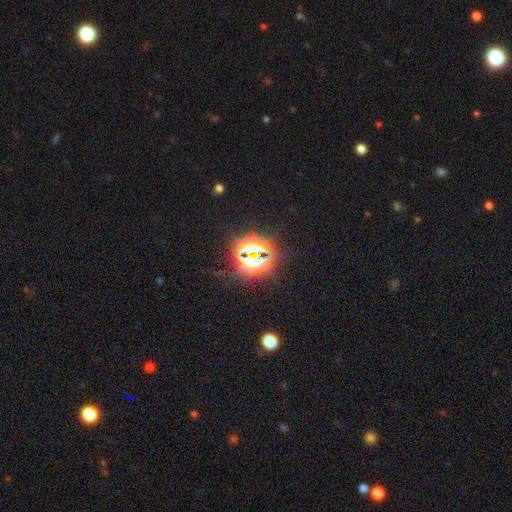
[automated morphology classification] Smooth or featured?
  - star or artifact: 70% *
  - smooth: 19%
  - featured or disk: 10%